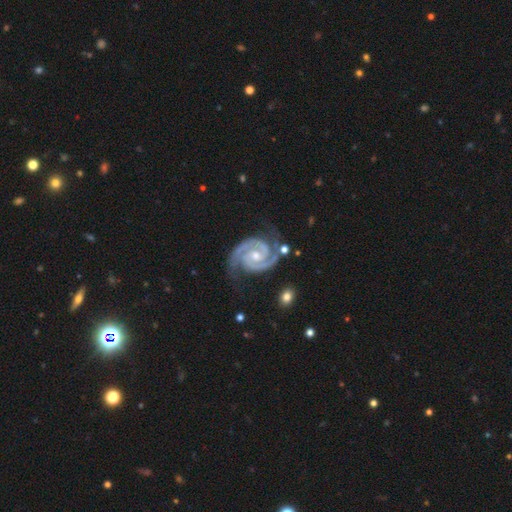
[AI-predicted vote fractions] A featured or disk galaxy (94%) with no bar (57%), 2 (91%) tight (65%) spiral arms (99%) and a moderate central bulge (58%).

Vote fractions:
- Smooth or featured? featured or disk: 94% / star or artifact: 4% / smooth: 2%
- Edge-on disk? no: 98% / yes: 2%
- Bar? no: 57% / weak: 31% / strong: 12%
- Spiral arms? yes: 99% / no: 1%
- Spiral winding? tight: 65% / medium: 32% / loose: 3%
- Spiral arm count? 2: 91% / 3: 4% / can't tell: 1% / 4: 1% / 1: 1% / more than 4: 1%
- Bulge size? moderate: 58% / small: 37% / large: 2% / none: 2% / dominant: 1%
- Merging? none: 72% / minor disturbance: 19% / major disturbance: 6% / merger: 3%